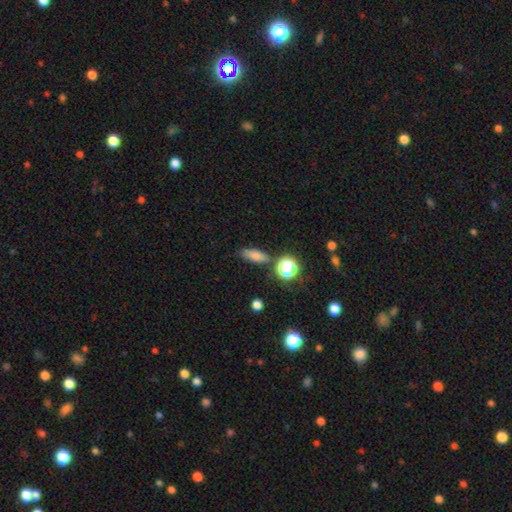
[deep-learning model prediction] Smooth or featured?
  - smooth: 73% *
  - star or artifact: 15%
  - featured or disk: 13%
How rounded?
  - in between: 60% *
  - cigar-shaped: 28%
  - round: 12%
Merging?
  - none: 79% *
  - minor disturbance: 12%
  - merger: 6%
  - major disturbance: 3%